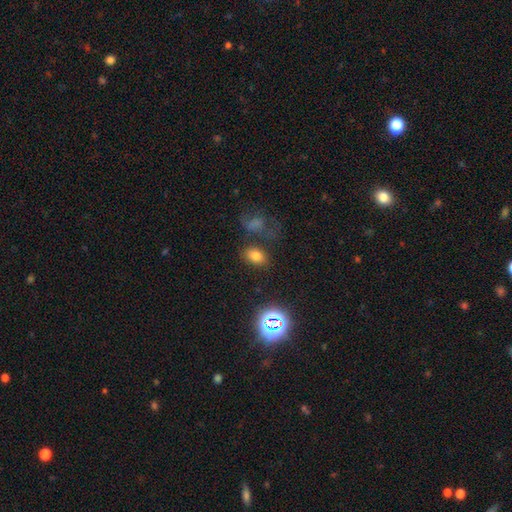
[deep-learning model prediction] A smooth galaxy with no disk features (73%) that is in between round and cigar-shaped (79%). Merging: none (75%).